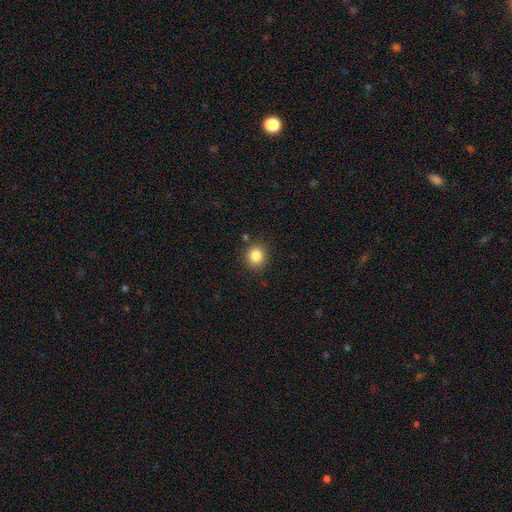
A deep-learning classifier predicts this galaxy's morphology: type=smooth (84%); roundness=round (88%); merging=none (87%).